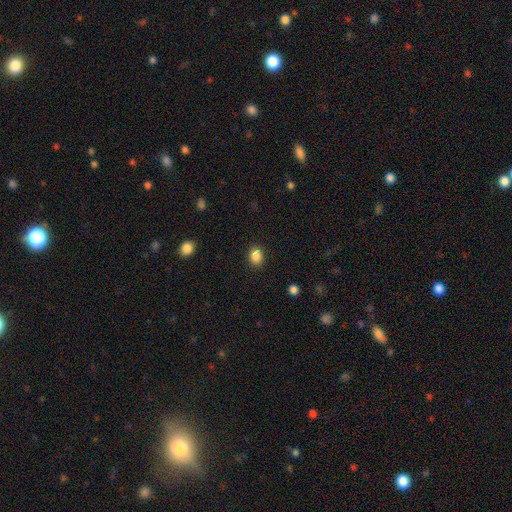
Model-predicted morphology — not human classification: A smooth galaxy with no disk features (86%) that is in between round and cigar-shaped (53%). Merging: none (86%).